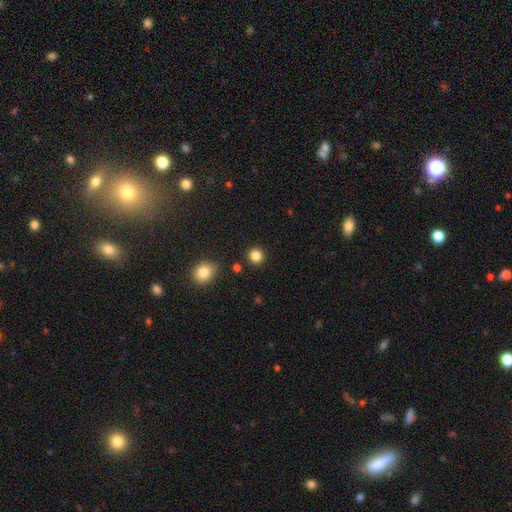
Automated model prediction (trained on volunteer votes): Smooth or featured? Predicted: smooth (p=0.84). How rounded? Predicted: round (p=0.90). Merging? Predicted: none (p=0.88).